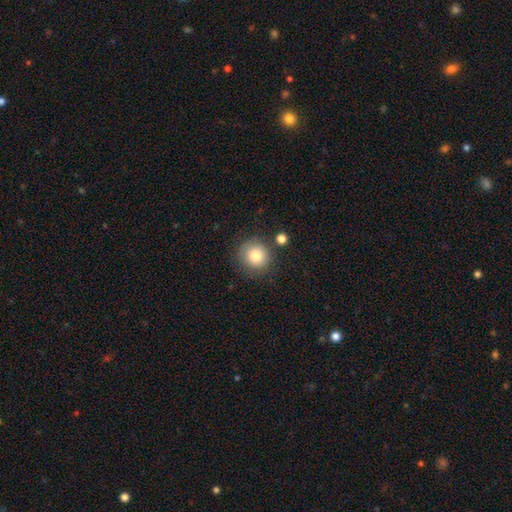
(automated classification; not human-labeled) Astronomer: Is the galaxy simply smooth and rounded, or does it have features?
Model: smooth — 81%.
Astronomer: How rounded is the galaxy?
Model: round — 93%.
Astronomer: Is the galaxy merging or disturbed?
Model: none — 80%.